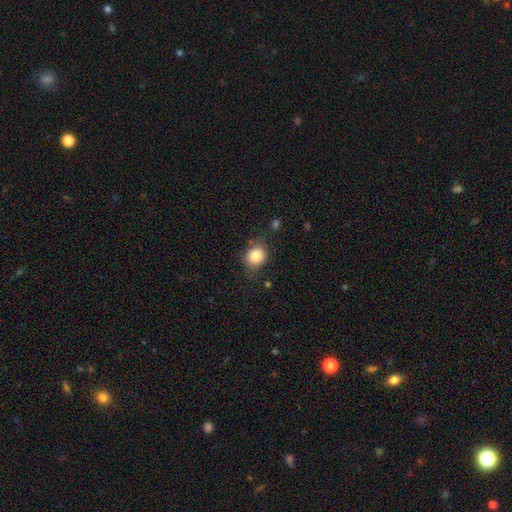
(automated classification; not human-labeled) Smooth or featured? Predicted: smooth (p=0.84). How rounded? Predicted: round (p=0.71). Merging? Predicted: none (p=0.76).